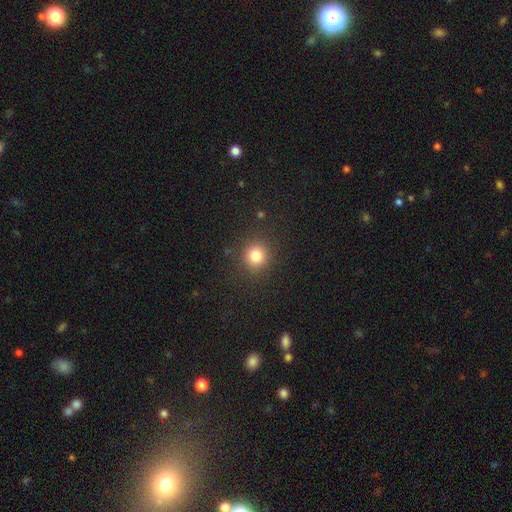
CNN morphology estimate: This is clearly a smooth galaxy (81%). How rounded: clearly round (90%). Merging: clearly none (89%).